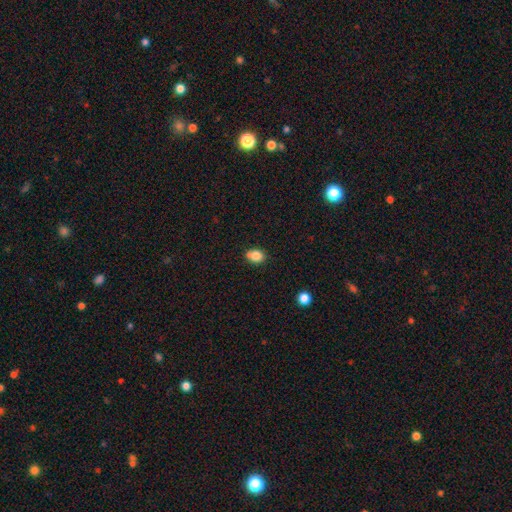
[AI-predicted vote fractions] smooth-or-featured: smooth: 83% | star or artifact: 10% | featured or disk: 7%
  how-rounded: in between: 56% | round: 43% | cigar-shaped: 1%
  merging: none: 69% | minor disturbance: 19% | merger: 9% | major disturbance: 4%